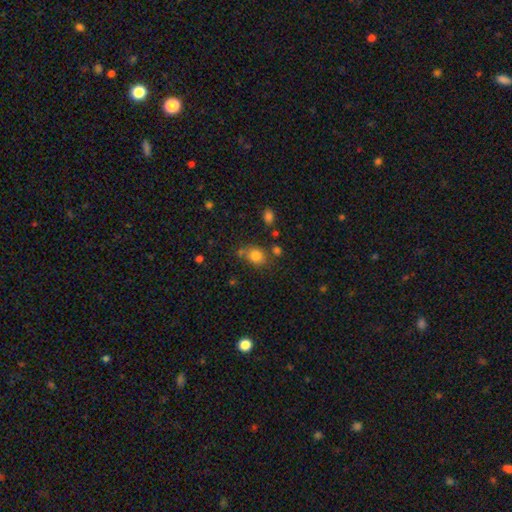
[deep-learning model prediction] smooth_or_featured: smooth (p=0.81) [alt: star or artifact p=0.12]
how_rounded: round (p=0.50) [alt: in between p=0.49]
merging: none (p=0.60) [alt: minor disturbance p=0.19]